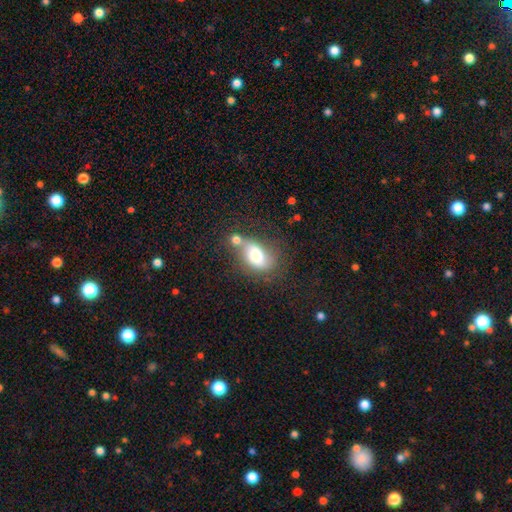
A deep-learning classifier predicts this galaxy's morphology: A smooth galaxy with no disk features (65%) that is in between round and cigar-shaped (79%). Merging: merger (40%).